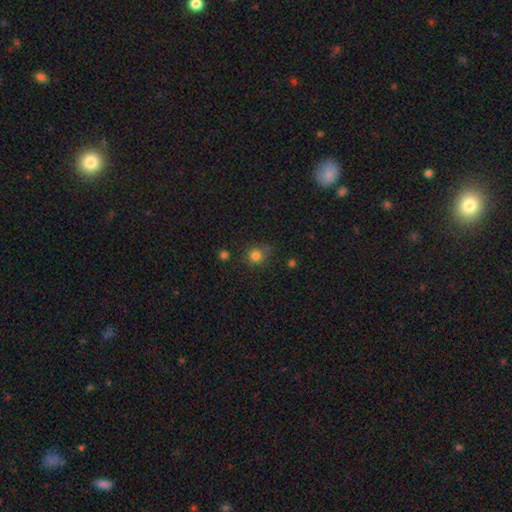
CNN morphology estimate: smooth 81%, star or artifact 14%, featured or disk 5%. Down the decision tree: how rounded — round (89%); merging — none (72%).